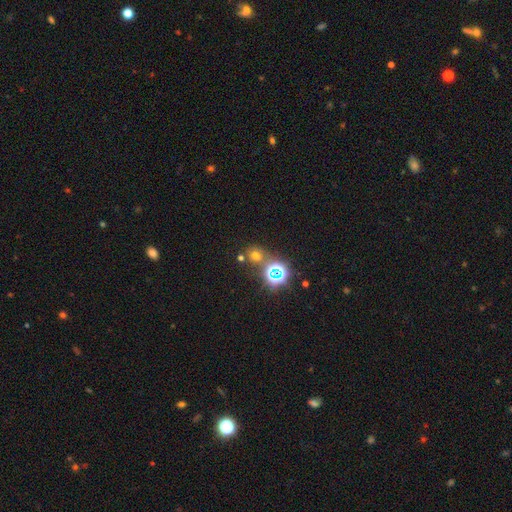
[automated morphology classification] smooth 52%, star or artifact 39%, featured or disk 8%. Down the decision tree: how rounded — round (82%); merging — none (68%).